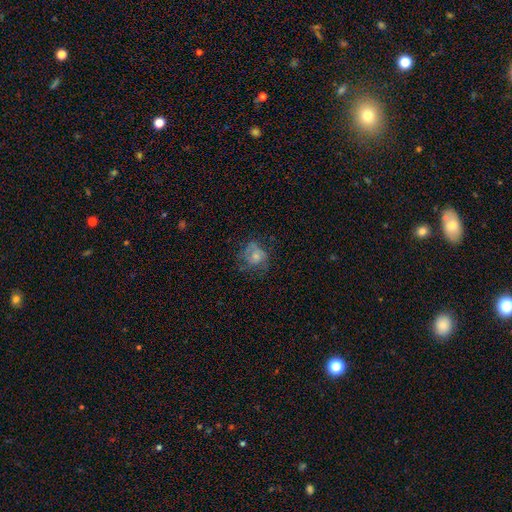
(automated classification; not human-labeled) Smooth or featured: smooth — 45% (featured or disk — 44%)
Merging: none — 48% (minor disturbance — 25%)